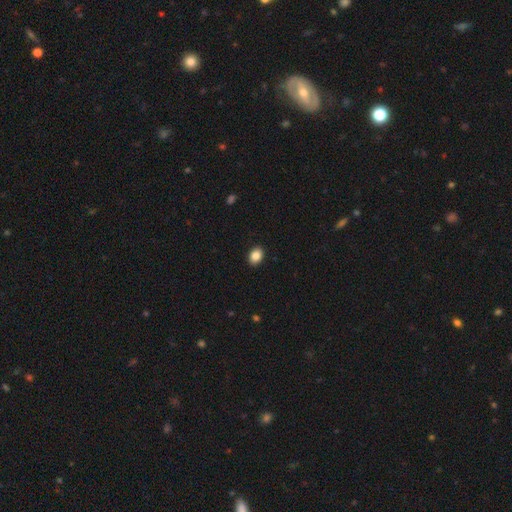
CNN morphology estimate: smooth 87%, star or artifact 8%, featured or disk 5%. Down the decision tree: how rounded — in between (70%); merging — none (91%).